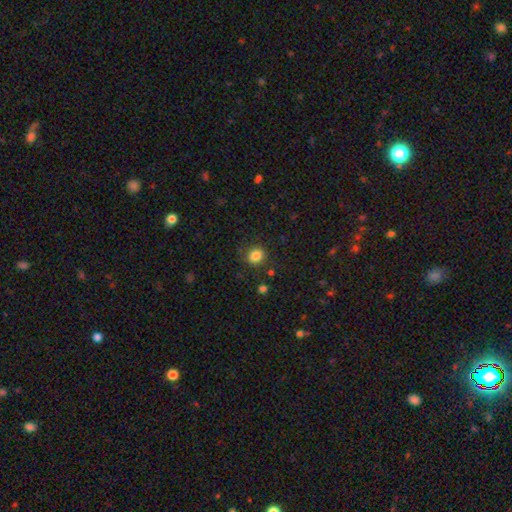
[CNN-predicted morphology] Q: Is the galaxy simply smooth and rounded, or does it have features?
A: smooth — 84%.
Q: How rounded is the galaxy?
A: round — 70%.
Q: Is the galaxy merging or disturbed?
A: none — 86%.